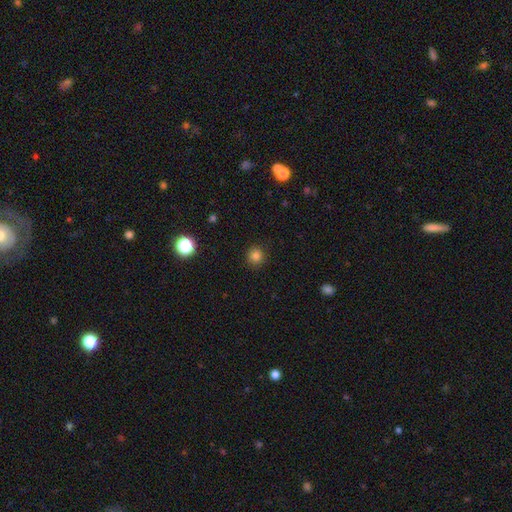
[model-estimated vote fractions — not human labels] Overall: smooth (82%). How rounded: round (92%). Merging: none (90%).